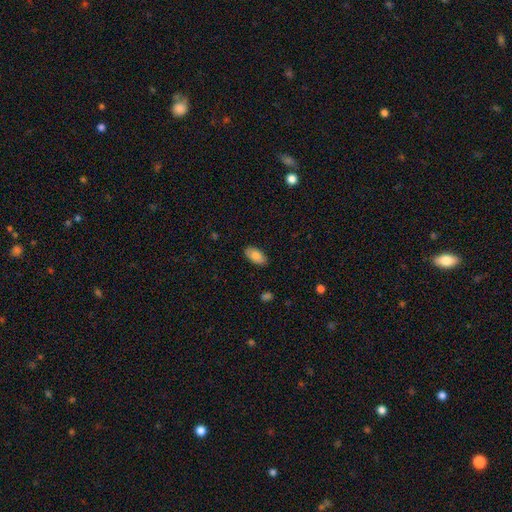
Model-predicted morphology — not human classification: This appears to be a smooth galaxy with no disk features (80%) that is in between round and cigar-shaped (94%). Merging: none (87%).